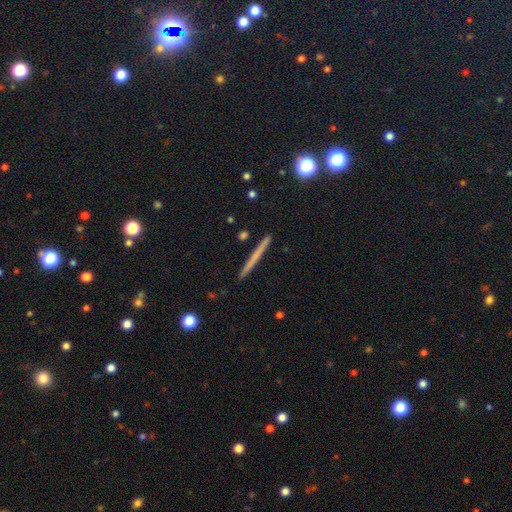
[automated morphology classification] type=smooth (50%); merging=none (91%).